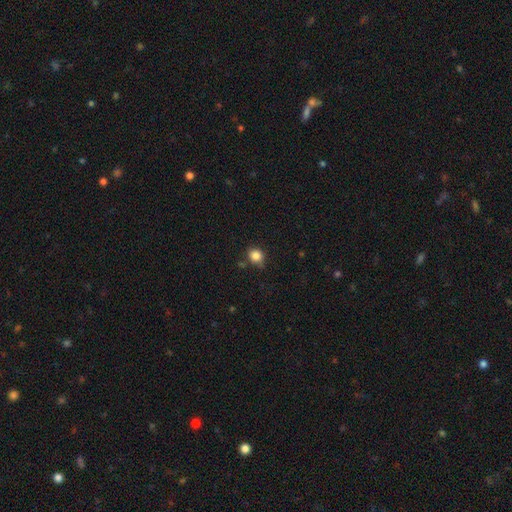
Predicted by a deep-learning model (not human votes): Smooth or featured?
  - smooth: 84% *
  - star or artifact: 11%
  - featured or disk: 5%
How rounded?
  - round: 78% *
  - in between: 21%
  - cigar-shaped: 1%
Merging?
  - none: 72% *
  - minor disturbance: 20%
  - merger: 4%
  - major disturbance: 4%